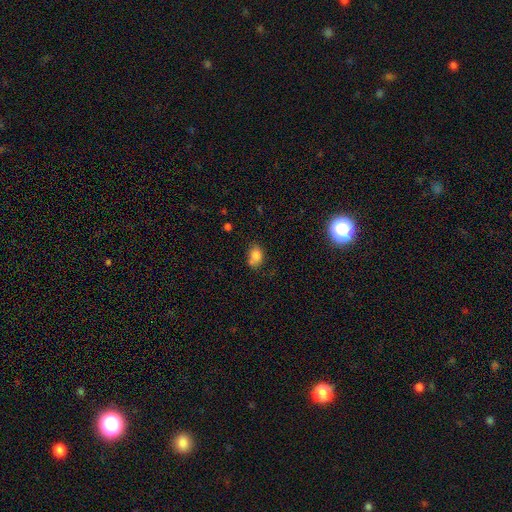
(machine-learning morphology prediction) Smooth or featured? smooth (79%)
How rounded? in between (68%)
Merging? none (53%)